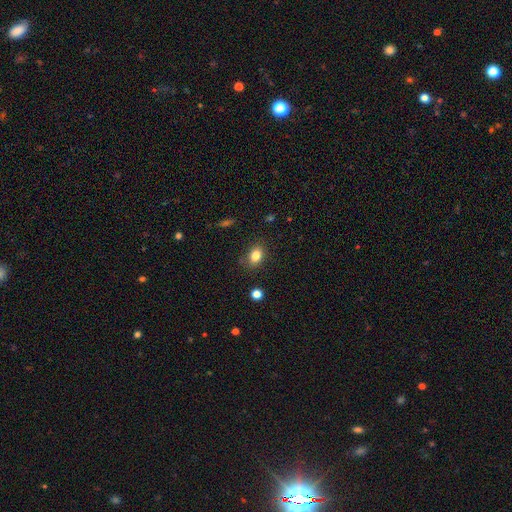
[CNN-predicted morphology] type=smooth (82%); roundness=in between (73%); merging=none (81%).